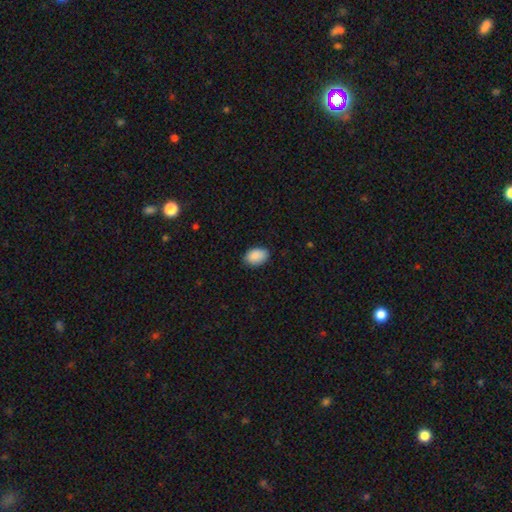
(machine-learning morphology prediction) type=smooth (90%); roundness=in between (88%); merging=none (84%).